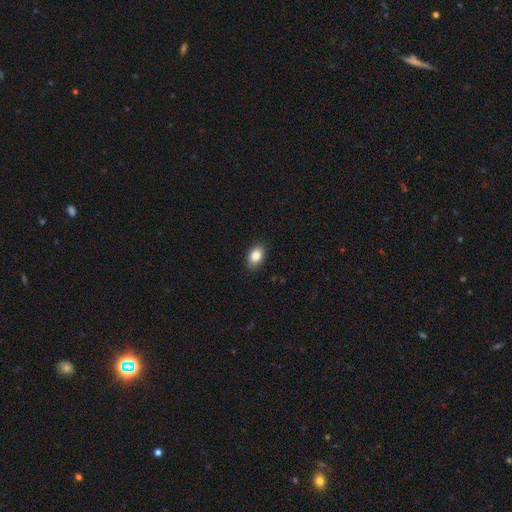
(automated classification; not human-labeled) smooth_or_featured: smooth (p=0.86) [alt: star or artifact p=0.08]
how_rounded: in between (p=0.86) [alt: round p=0.12]
merging: none (p=0.88) [alt: minor disturbance p=0.09]